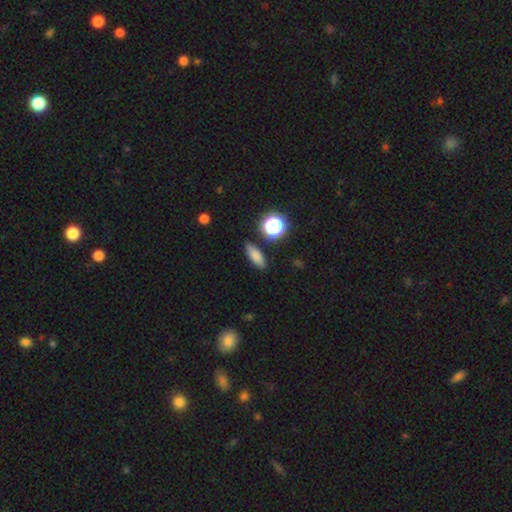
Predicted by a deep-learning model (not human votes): Smooth or featured?
  - smooth: 78% *
  - star or artifact: 13%
  - featured or disk: 9%
How rounded?
  - in between: 62% *
  - cigar-shaped: 27%
  - round: 11%
Merging?
  - none: 85% *
  - minor disturbance: 10%
  - major disturbance: 3%
  - merger: 2%